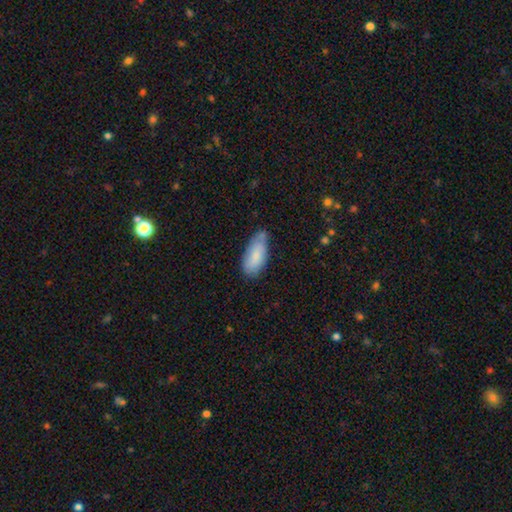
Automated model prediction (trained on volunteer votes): Smooth or featured?
  - smooth: 83% *
  - featured or disk: 11%
  - star or artifact: 6%
How rounded?
  - in between: 86% *
  - cigar-shaped: 13%
  - round: 2%
Merging?
  - none: 58% *
  - minor disturbance: 33%
  - major disturbance: 5%
  - merger: 3%